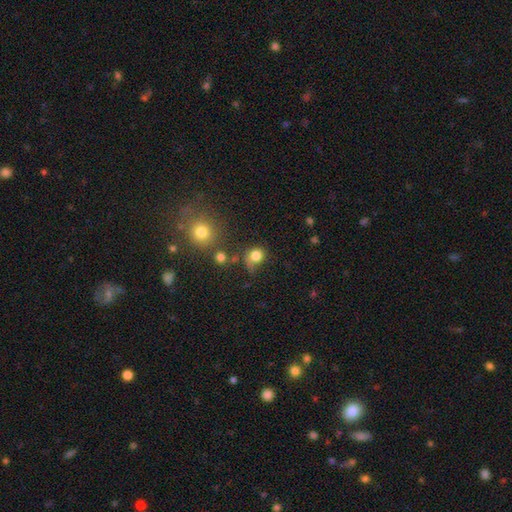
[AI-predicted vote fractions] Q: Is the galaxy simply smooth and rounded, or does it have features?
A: smooth — 79%.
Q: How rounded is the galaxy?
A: round — 71%.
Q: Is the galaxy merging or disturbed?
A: none — 46%.